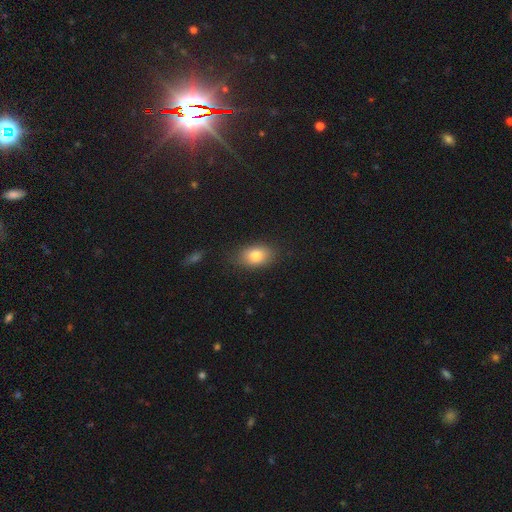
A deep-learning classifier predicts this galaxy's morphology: A smooth galaxy with no disk features (81%) that is in between round and cigar-shaped (84%). Merging: none (81%).